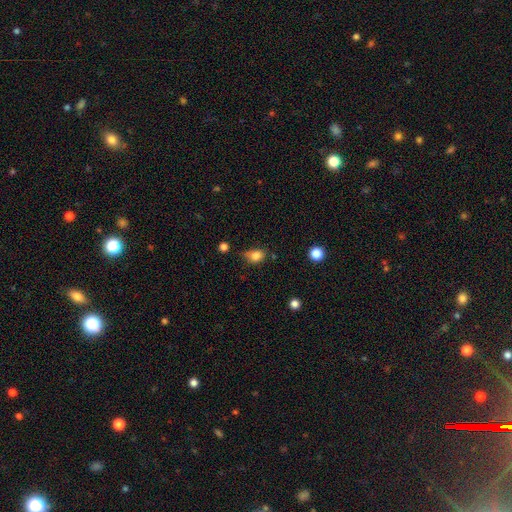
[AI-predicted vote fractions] The model was most divided on "merging": none: 52%, minor disturbance: 36%, major disturbance: 9%, merger: 4%. More confident: smooth or featured — smooth (83%); how rounded — in between (62%).